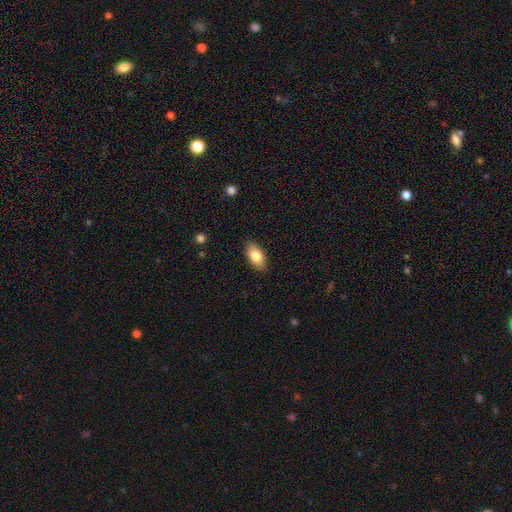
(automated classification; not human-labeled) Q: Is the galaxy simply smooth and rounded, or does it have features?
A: smooth — 81%.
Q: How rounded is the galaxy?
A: in between — 91%.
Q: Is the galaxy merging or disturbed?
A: none — 87%.